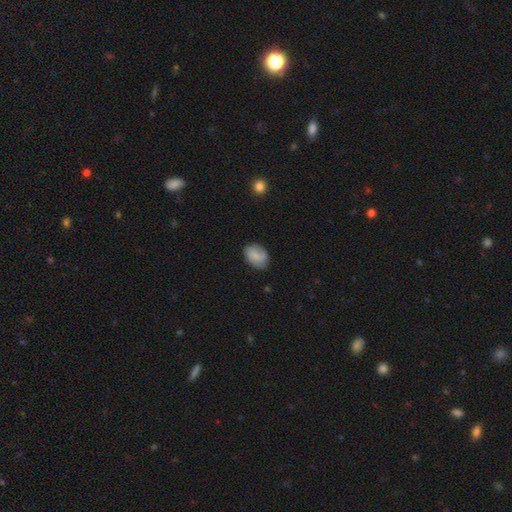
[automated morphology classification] A smooth galaxy with no disk features (70%) that is in between round and cigar-shaped (80%).

Vote fractions:
- Smooth or featured? smooth: 70% / featured or disk: 22% / star or artifact: 8%
- How rounded? in between: 80% / round: 19% / cigar-shaped: 1%
- Merging? none: 72% / minor disturbance: 21% / major disturbance: 5% / merger: 1%